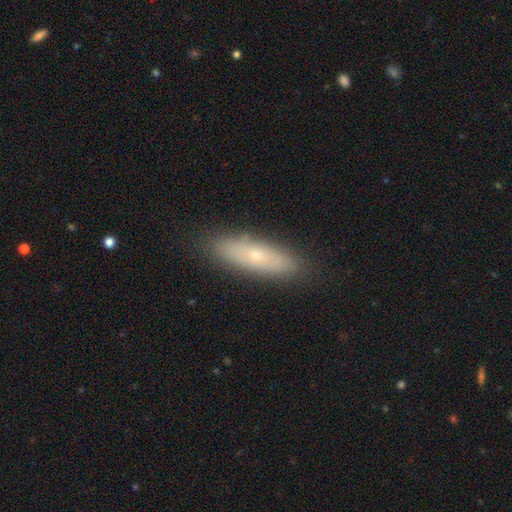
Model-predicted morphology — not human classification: Q: Smooth or featured?
A: smooth (55%); runner-up: featured or disk (37%)
Q: How rounded?
A: cigar-shaped (59%); runner-up: in between (38%)
Q: Merging?
A: none (88%); runner-up: minor disturbance (9%)